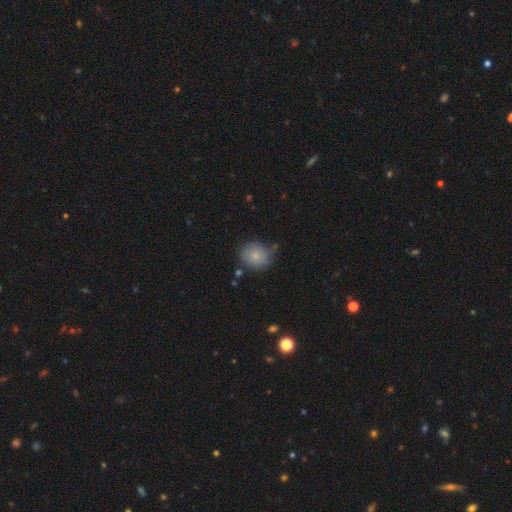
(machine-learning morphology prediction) Smooth or featured?
  - smooth: 79% *
  - featured or disk: 12%
  - star or artifact: 9%
How rounded?
  - round: 74% *
  - in between: 25%
  - cigar-shaped: 1%
Merging?
  - none: 64% *
  - minor disturbance: 24%
  - merger: 6%
  - major disturbance: 6%